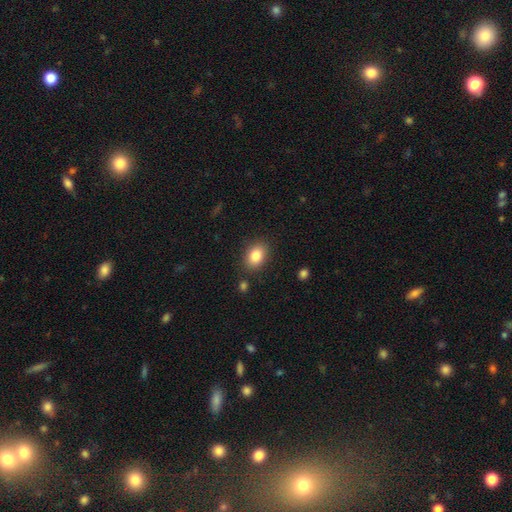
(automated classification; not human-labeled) Smooth or featured? Predicted: smooth (p=0.84). How rounded? Predicted: in between (p=0.74). Merging? Predicted: none (p=0.85).